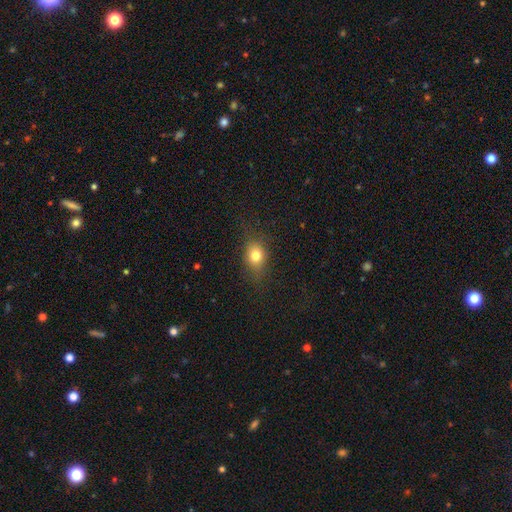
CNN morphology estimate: Smooth or featured? smooth (76%)
How rounded? in between (51%)
Merging? none (76%)